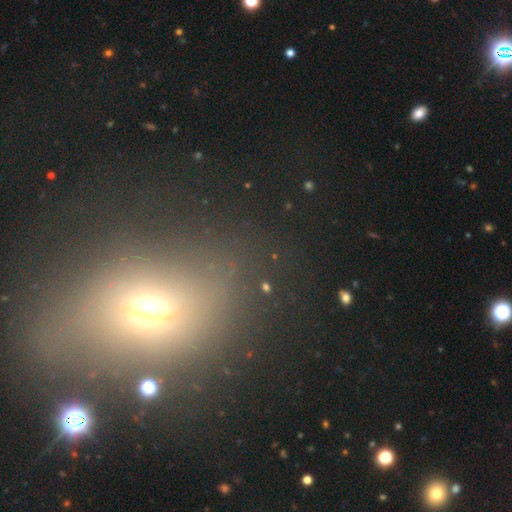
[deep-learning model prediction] Smooth or featured? smooth (47%)
Merging? none (71%)